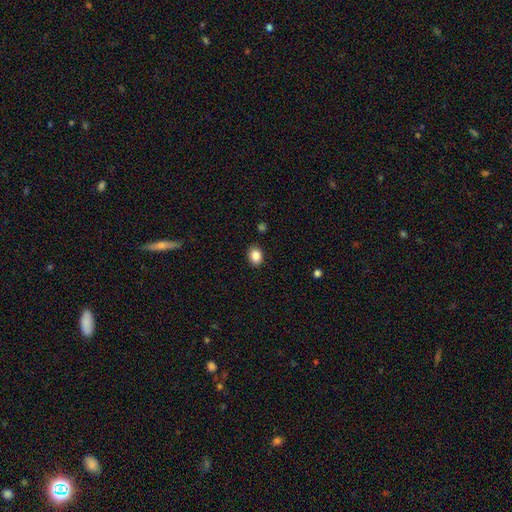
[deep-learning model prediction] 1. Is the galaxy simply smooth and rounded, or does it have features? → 85% smooth, 10% star or artifact, 5% featured or disk.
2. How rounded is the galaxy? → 56% in between, 43% round, 1% cigar-shaped.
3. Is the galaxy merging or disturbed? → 90% none, 7% minor disturbance, 2% major disturbance, 1% merger.